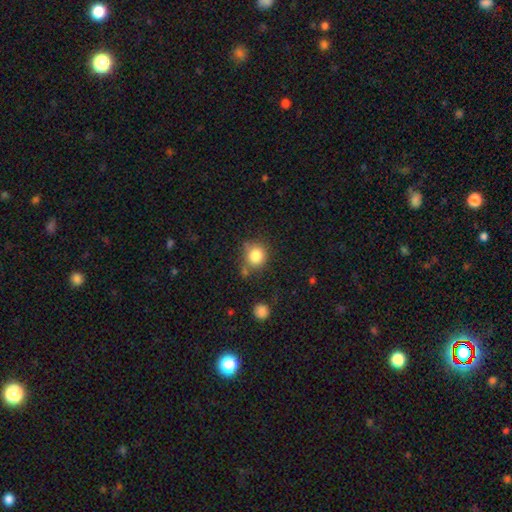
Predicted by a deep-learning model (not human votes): This is clearly a smooth galaxy (83%). How rounded: clearly round (84%). Merging: likely none (65%).